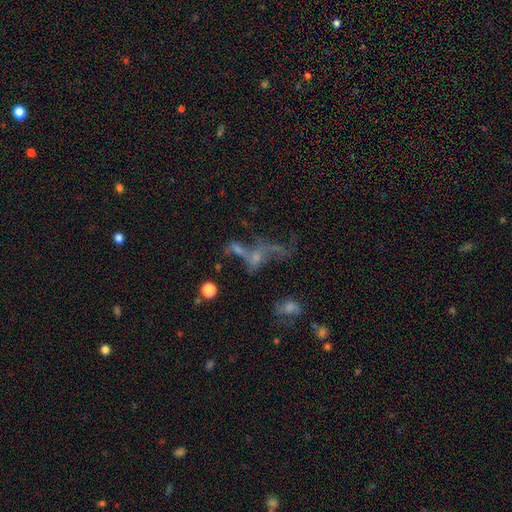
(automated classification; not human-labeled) Q: Smooth or featured?
A: featured or disk (44%); runner-up: smooth (29%)
Q: Merging?
A: merger (39%); runner-up: major disturbance (26%)